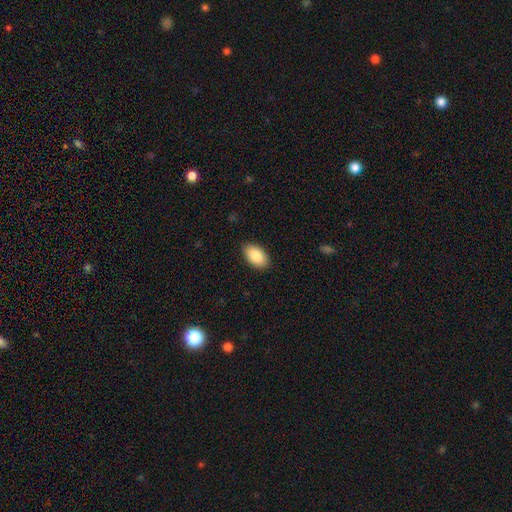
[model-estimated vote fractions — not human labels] Smooth or featured?
  - smooth: 87% *
  - featured or disk: 7%
  - star or artifact: 6%
How rounded?
  - in between: 94% *
  - round: 4%
  - cigar-shaped: 1%
Merging?
  - none: 88% *
  - minor disturbance: 9%
  - major disturbance: 2%
  - merger: 1%